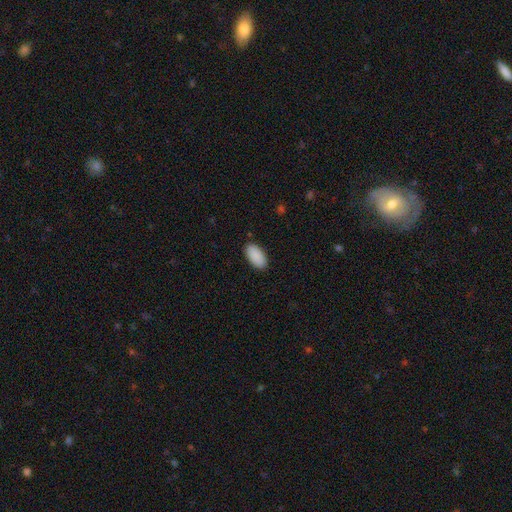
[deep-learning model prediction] Smooth or featured?
  - smooth: 91% *
  - star or artifact: 6%
  - featured or disk: 3%
How rounded?
  - in between: 95% *
  - cigar-shaped: 3%
  - round: 2%
Merging?
  - none: 88% *
  - minor disturbance: 9%
  - major disturbance: 2%
  - merger: 1%